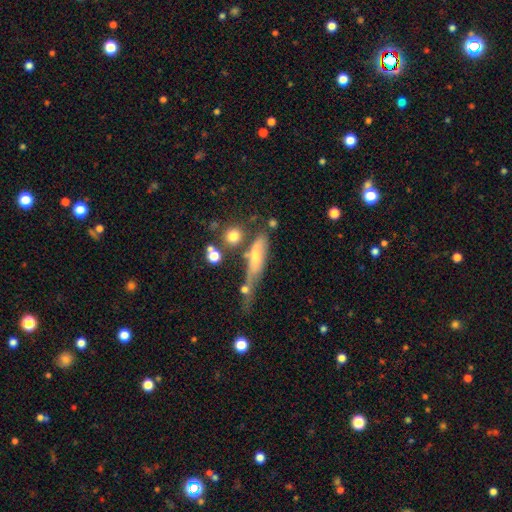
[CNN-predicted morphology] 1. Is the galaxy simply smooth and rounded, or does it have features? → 56% smooth, 33% featured or disk, 11% star or artifact.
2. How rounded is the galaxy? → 52% cigar-shaped, 40% in between, 8% round.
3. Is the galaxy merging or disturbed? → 36% none, 24% merger, 21% minor disturbance, 19% major disturbance.